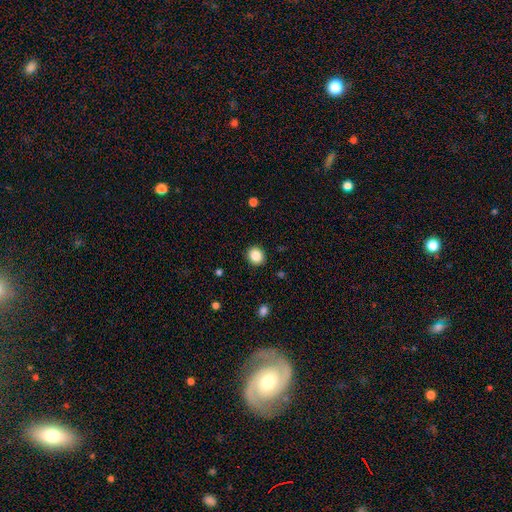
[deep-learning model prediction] The model was most divided on "how rounded": round: 78%, in between: 22%, cigar-shaped: 1%. More confident: merging — none (91%); smooth or featured — smooth (86%).